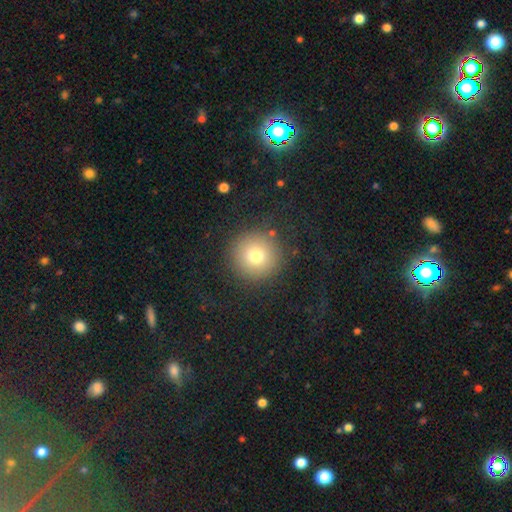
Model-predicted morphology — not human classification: smooth-or-featured: smooth: 74% | star or artifact: 14% | featured or disk: 11%
  how-rounded: round: 96% | in between: 3% | cigar-shaped: 1%
  merging: none: 88% | minor disturbance: 6% | major disturbance: 4% | merger: 2%